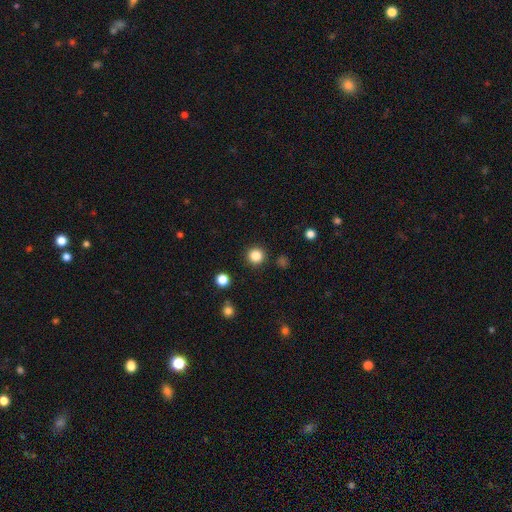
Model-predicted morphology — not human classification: smooth_or_featured: smooth (p=0.85) [alt: star or artifact p=0.12]
how_rounded: round (p=0.95) [alt: in between p=0.04]
merging: none (p=0.91) [alt: minor disturbance p=0.05]